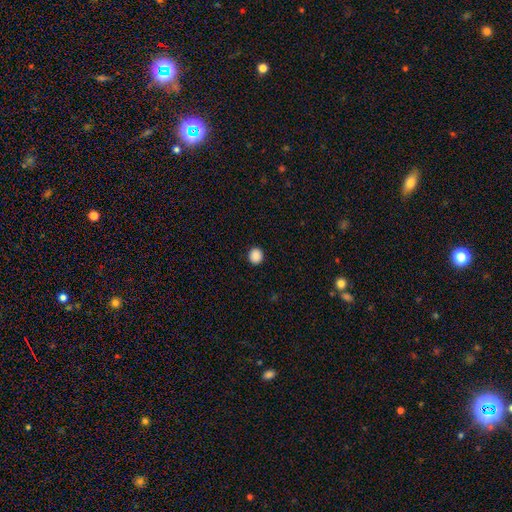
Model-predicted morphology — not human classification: smooth_or_featured: smooth (p=0.89) [alt: star or artifact p=0.09]
how_rounded: round (p=0.84) [alt: in between p=0.15]
merging: none (p=0.93) [alt: minor disturbance p=0.05]